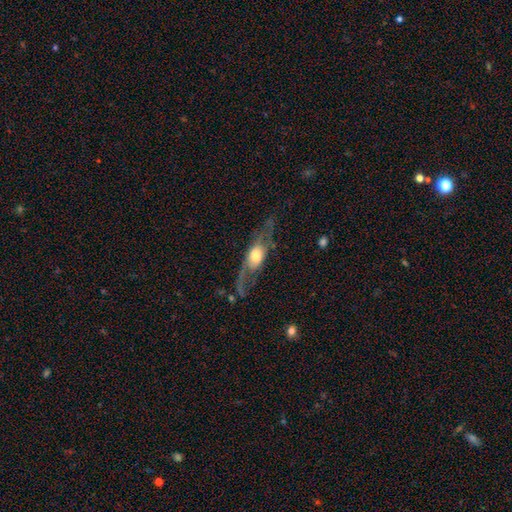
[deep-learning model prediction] This is likely a featured or disk galaxy (64%). It is possibly not viewed edge-on (55%). Merging: possibly none (55%).